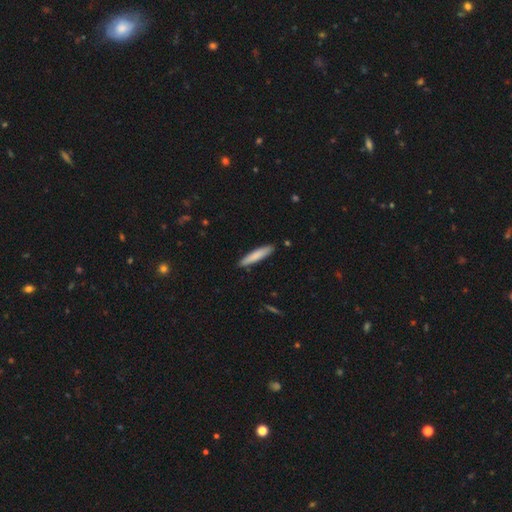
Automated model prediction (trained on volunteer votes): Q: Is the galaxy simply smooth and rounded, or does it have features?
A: smooth — 81%.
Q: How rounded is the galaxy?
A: cigar-shaped — 89%.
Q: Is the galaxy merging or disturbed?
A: none — 89%.